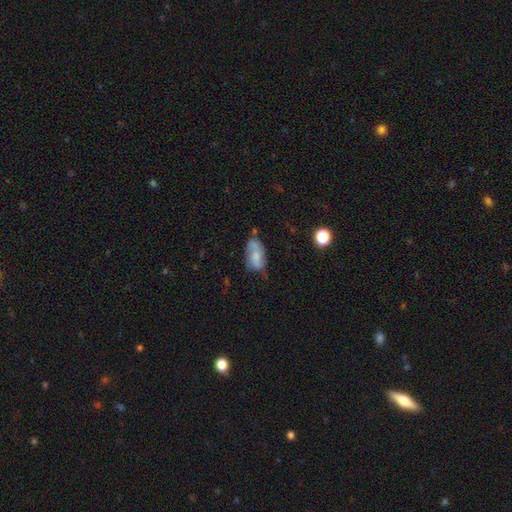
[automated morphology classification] smooth 62%, featured or disk 29%, star or artifact 9%. Down the decision tree: how rounded — in between (91%); merging — none (49%).